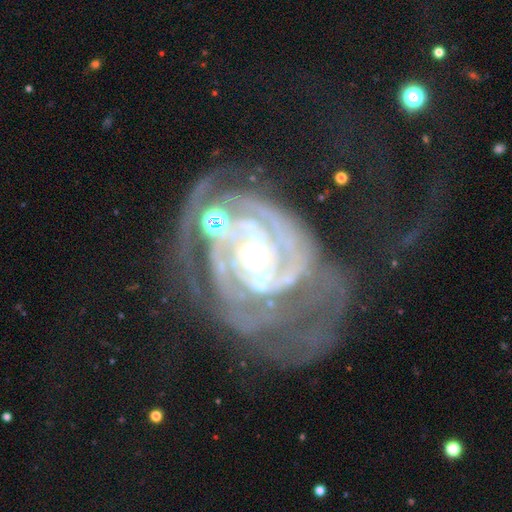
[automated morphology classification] Overall: featured or disk (89%). Edge-on disk: no (97%). Bar: no (58%; weak 28%). Spiral arms: yes (94%). Spiral arm count: 2 (36%; can't tell 28%). Spiral winding: tight (67%). Bulge size: moderate (66%). Merging: major disturbance (34%; none 29%).